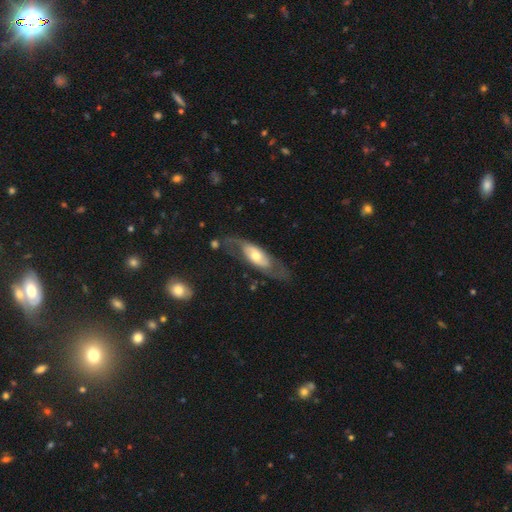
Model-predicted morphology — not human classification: A featured or disk galaxy (65%) with no bar (67%), spiral arms (70%) and a moderate central bulge (58%).

Vote fractions:
- Smooth or featured? featured or disk: 65% / smooth: 29% / star or artifact: 6%
- Edge-on disk? no: 79% / yes: 21%
- Bar? no: 67% / weak: 23% / strong: 10%
- Spiral arms? yes: 70% / no: 30%
- Bulge size? moderate: 58% / small: 29% / large: 10% / dominant: 2% / none: 1%
- Merging? none: 62% / minor disturbance: 19% / major disturbance: 16% / merger: 3%